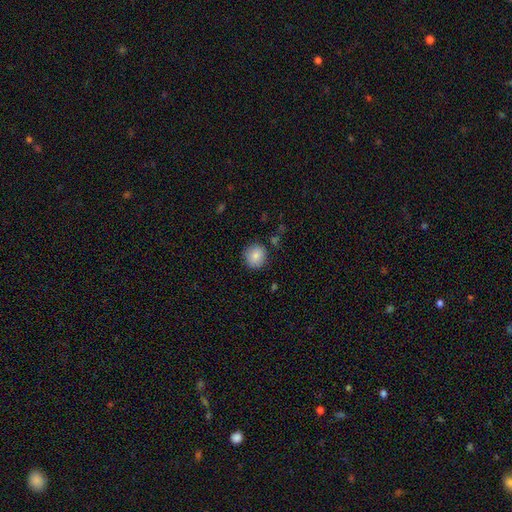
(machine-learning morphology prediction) Smooth or featured? smooth (84%)
How rounded? round (90%)
Merging? none (85%)